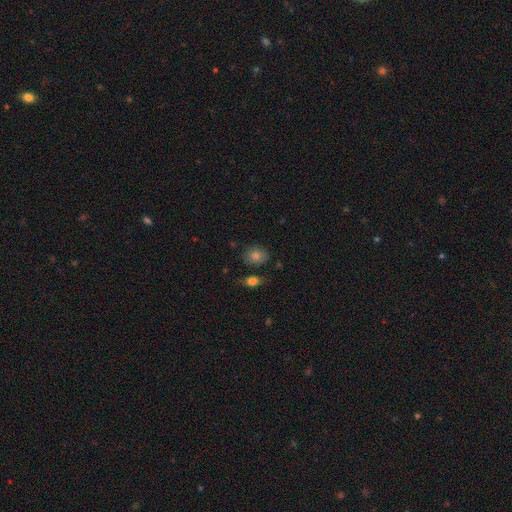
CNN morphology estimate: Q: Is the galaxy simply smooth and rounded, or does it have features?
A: smooth — 79%.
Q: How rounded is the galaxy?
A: round — 50%.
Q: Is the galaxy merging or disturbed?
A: none — 75%.